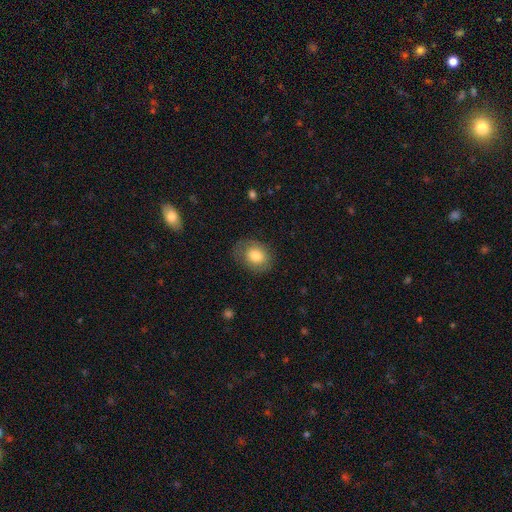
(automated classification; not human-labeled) Smooth or featured: smooth — 71% (featured or disk — 21%)
How rounded: in between — 54% (round — 45%)
Merging: none — 68% (minor disturbance — 22%)